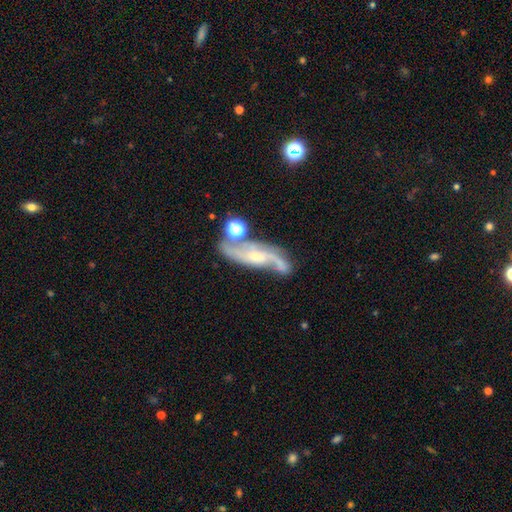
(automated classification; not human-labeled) Smooth or featured: featured or disk — 82% (smooth — 11%)
Edge-on disk: no — 87% (yes — 13%)
Bar: no — 52% (weak — 36%)
Spiral arms: yes — 94% (no — 6%)
Spiral winding: loose — 49% (medium — 38%)
Spiral arm count: 2 — 83% (can't tell — 6%)
Bulge size: small — 59% (moderate — 32%)
Merging: none — 53% (minor disturbance — 19%)